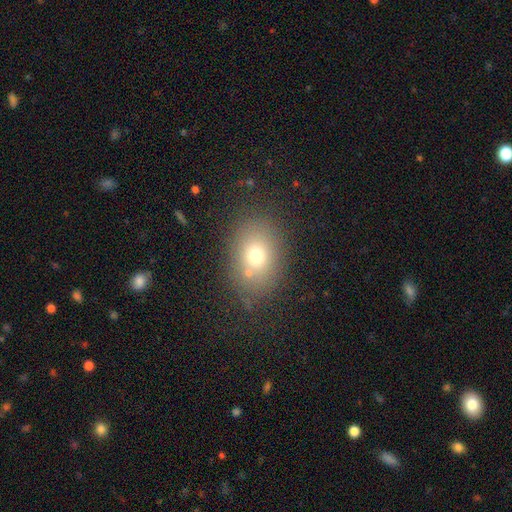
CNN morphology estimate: A smooth galaxy with no disk features (71%) that is in between round and cigar-shaped (65%). Merging: none (73%).